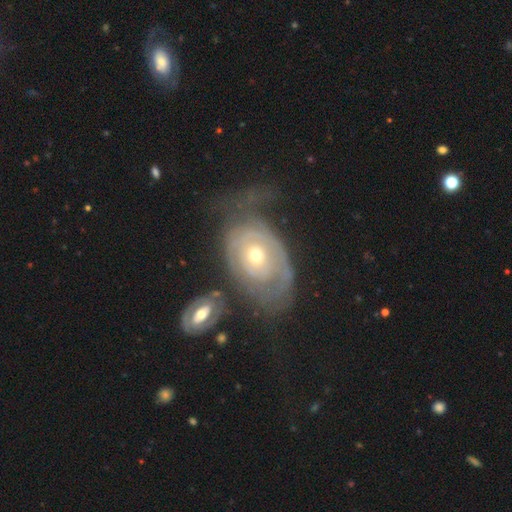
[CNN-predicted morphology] Smooth or featured? featured or disk (73%)
Edge-on disk? no (94%)
Bar? no (83%)
Spiral arms? yes (67%)
Bulge size? small (50%)
Merging? none (34%)